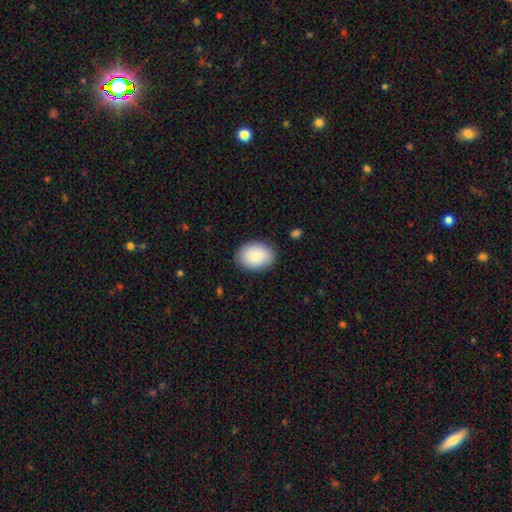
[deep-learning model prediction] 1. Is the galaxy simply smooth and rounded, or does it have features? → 86% smooth, 8% featured or disk, 6% star or artifact.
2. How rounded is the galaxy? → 73% in between, 26% round, 1% cigar-shaped.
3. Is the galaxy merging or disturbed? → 85% none, 11% minor disturbance, 3% major disturbance, 1% merger.